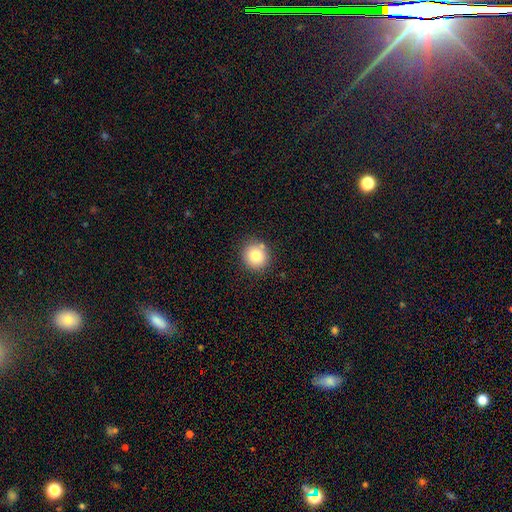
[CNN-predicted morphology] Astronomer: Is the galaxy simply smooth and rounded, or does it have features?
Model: smooth — 79%.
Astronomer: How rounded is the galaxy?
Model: round — 89%.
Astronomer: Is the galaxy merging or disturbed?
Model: none — 82%.